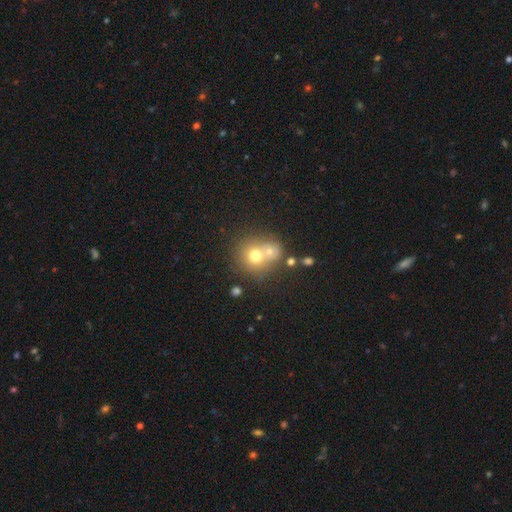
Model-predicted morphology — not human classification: Smooth or featured? smooth (69%)
How rounded? round (78%)
Merging? merger (52%)